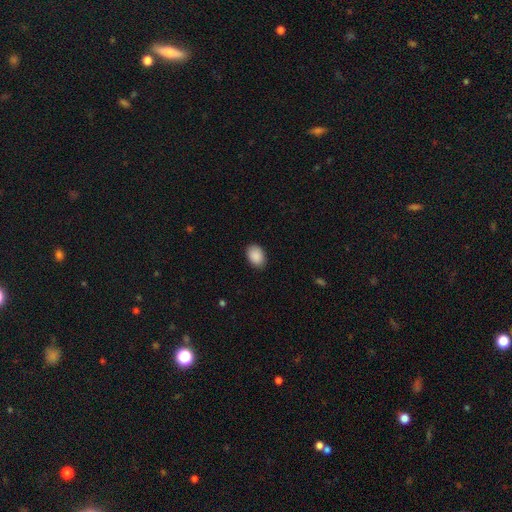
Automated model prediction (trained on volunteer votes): Q: Smooth or featured?
A: smooth (90%); runner-up: star or artifact (7%)
Q: How rounded?
A: in between (82%); runner-up: round (17%)
Q: Merging?
A: none (87%); runner-up: minor disturbance (10%)